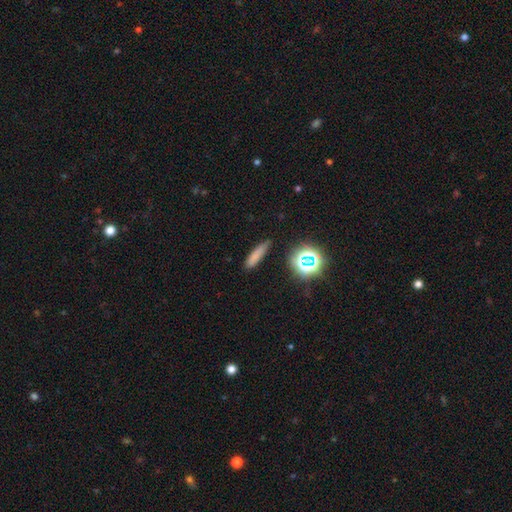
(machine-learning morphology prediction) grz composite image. It shows a smooth galaxy with no disk features (73%) that is cigar-shaped (80%). Merging: none (80%).